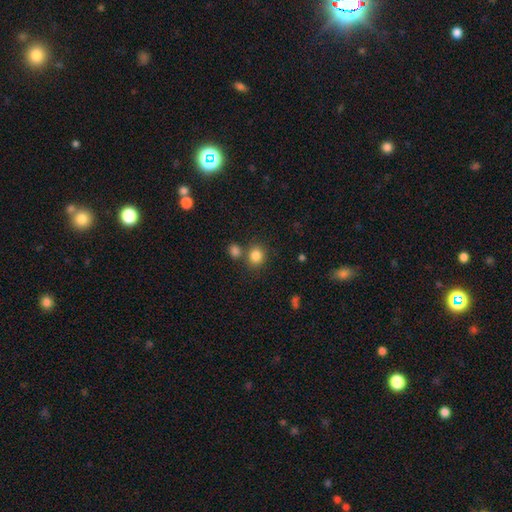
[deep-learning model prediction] Smooth or featured?
  - smooth: 84% *
  - star or artifact: 11%
  - featured or disk: 5%
How rounded?
  - round: 75% *
  - in between: 24%
  - cigar-shaped: 1%
Merging?
  - none: 67% *
  - merger: 20%
  - minor disturbance: 10%
  - major disturbance: 4%